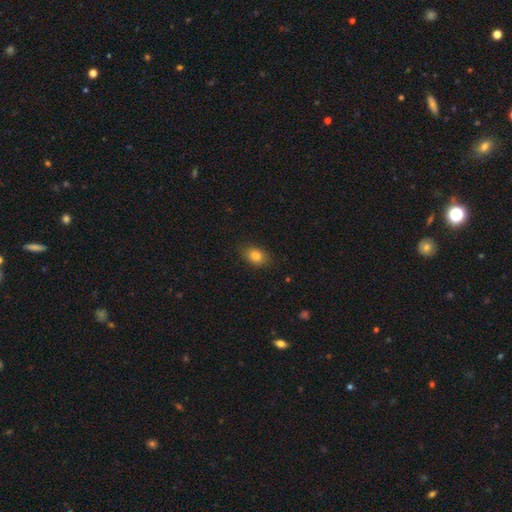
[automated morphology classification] Q: Smooth or featured?
A: smooth (84%); runner-up: star or artifact (10%)
Q: How rounded?
A: in between (70%); runner-up: round (28%)
Q: Merging?
A: none (84%); runner-up: minor disturbance (12%)